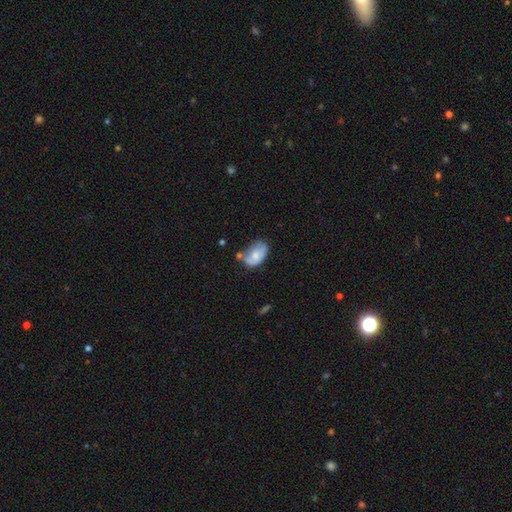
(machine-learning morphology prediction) Smooth or featured? Predicted: smooth (p=0.64). How rounded? Predicted: in between (p=0.89). Merging? Predicted: none (p=0.38).